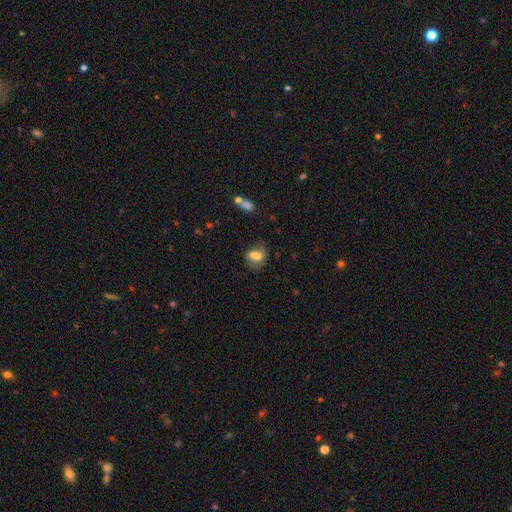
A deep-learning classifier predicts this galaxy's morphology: Smooth or featured? smooth (67%)
How rounded? in between (60%)
Merging? none (40%)